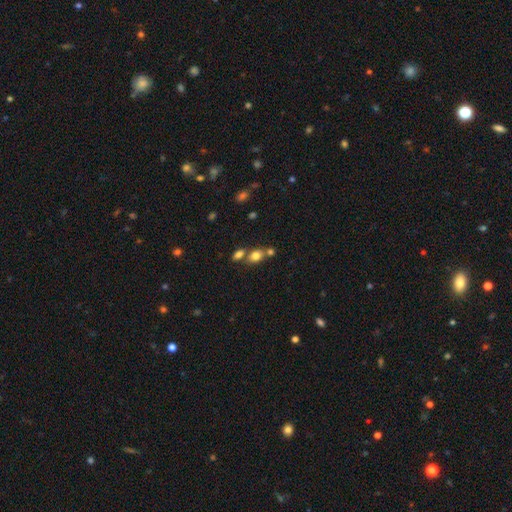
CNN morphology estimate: smooth 77%, star or artifact 12%, featured or disk 11%. Down the decision tree: how rounded — in between (68%); merging — none (50%).